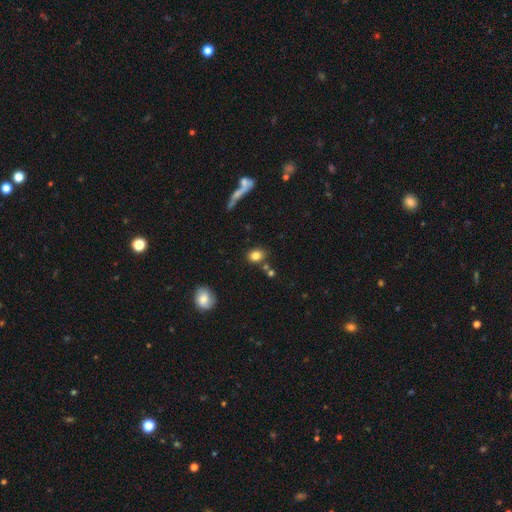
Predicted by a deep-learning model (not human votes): The model was most divided on "how rounded": in between: 52%, round: 47%, cigar-shaped: 2%. More confident: smooth or featured — smooth (82%); merging — none (75%).